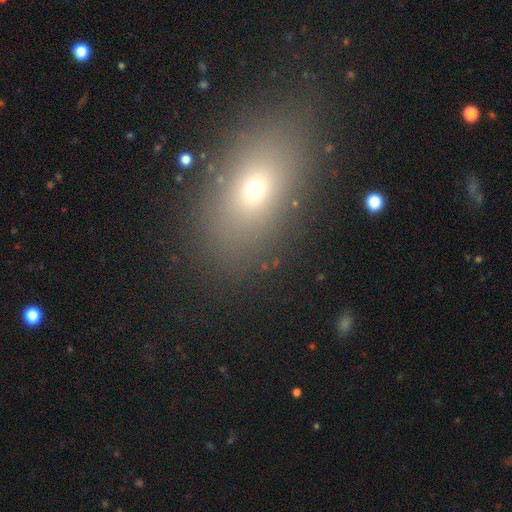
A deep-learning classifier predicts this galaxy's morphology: smooth_or_featured: smooth (p=0.64) [alt: star or artifact p=0.19]
how_rounded: in between (p=0.76) [alt: round p=0.20]
merging: none (p=0.83) [alt: minor disturbance p=0.10]